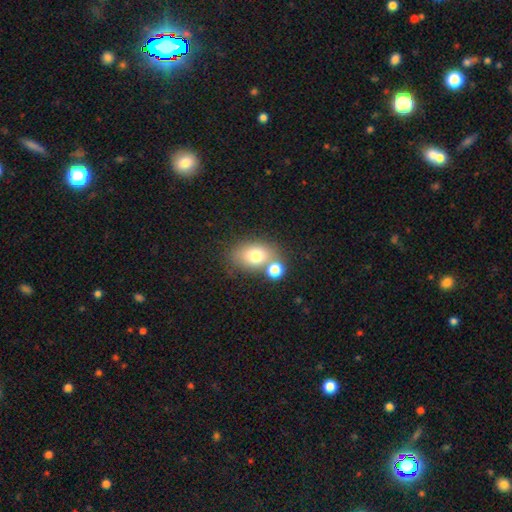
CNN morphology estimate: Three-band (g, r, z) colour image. It shows a smooth galaxy with no disk features (75%) that is in between round and cigar-shaped (71%). Merging: none (54%).